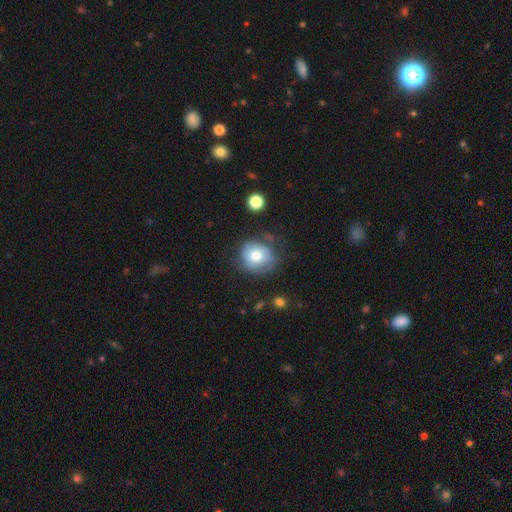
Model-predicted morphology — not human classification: This is likely a smooth galaxy (68%). How rounded: clearly round (81%). Merging: likely none (61%).